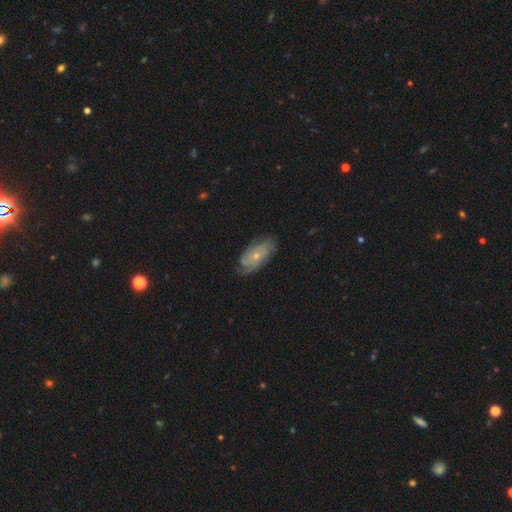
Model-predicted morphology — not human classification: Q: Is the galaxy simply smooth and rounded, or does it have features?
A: featured or disk — 73%.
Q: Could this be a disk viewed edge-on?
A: no — 94%.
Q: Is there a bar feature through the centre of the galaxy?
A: no — 79%.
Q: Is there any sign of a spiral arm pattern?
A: yes — 92%.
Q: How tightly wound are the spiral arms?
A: tight — 57%.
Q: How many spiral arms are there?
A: can't tell — 36%.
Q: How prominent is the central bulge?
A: small — 70%.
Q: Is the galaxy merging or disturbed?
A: none — 76%.